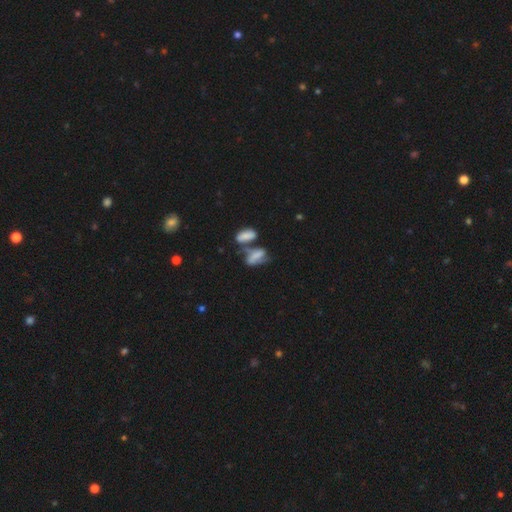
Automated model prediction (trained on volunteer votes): Smooth or featured? smooth (55%)
How rounded? in between (82%)
Merging? merger (49%)